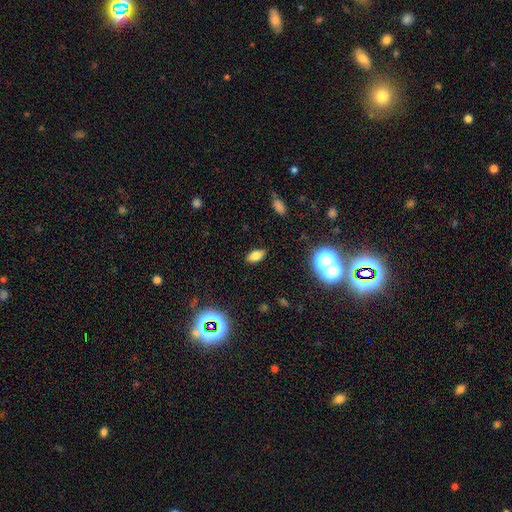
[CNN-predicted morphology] A smooth galaxy with no disk features (74%) that is in between round and cigar-shaped (86%).

Vote fractions:
- Smooth or featured? smooth: 74% / star or artifact: 15% / featured or disk: 11%
- How rounded? in between: 86% / cigar-shaped: 8% / round: 6%
- Merging? none: 84% / minor disturbance: 12% / major disturbance: 3% / merger: 2%